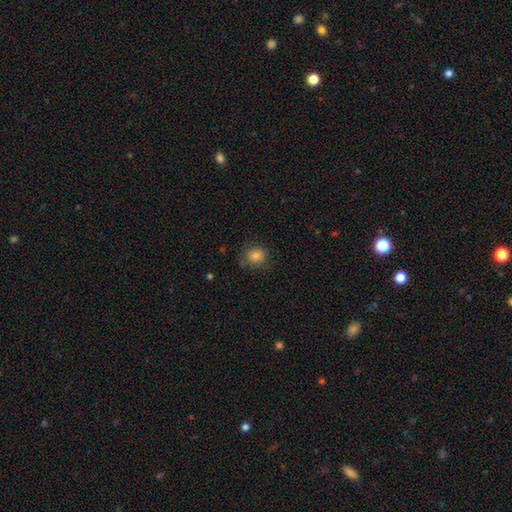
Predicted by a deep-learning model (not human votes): Smooth or featured? smooth (82%)
How rounded? round (76%)
Merging? none (78%)